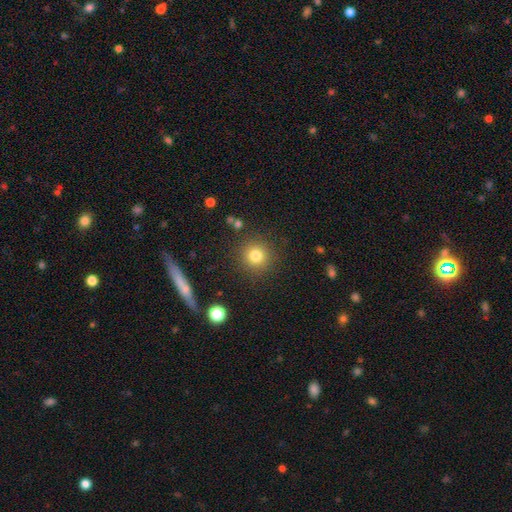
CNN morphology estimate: smooth-or-featured: smooth: 80% | star or artifact: 12% | featured or disk: 8%
  how-rounded: round: 94% | in between: 5% | cigar-shaped: 1%
  merging: none: 88% | minor disturbance: 7% | major disturbance: 3% | merger: 2%